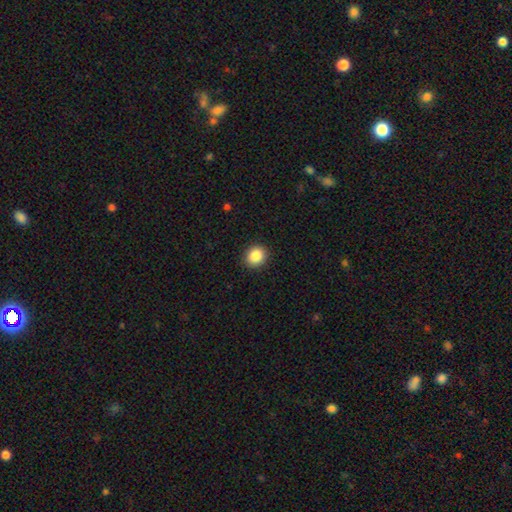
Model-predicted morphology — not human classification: Smooth or featured? smooth (87%)
How rounded? round (78%)
Merging? none (91%)